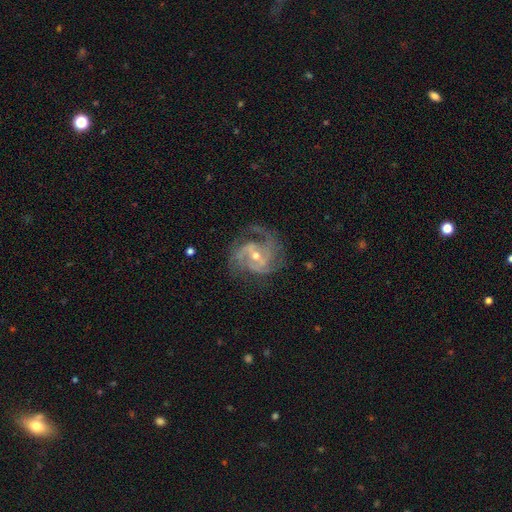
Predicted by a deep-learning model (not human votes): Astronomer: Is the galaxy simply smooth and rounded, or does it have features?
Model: featured or disk — 89%.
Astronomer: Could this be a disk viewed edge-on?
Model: no — 98%.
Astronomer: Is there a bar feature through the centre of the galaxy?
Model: weak — 42% (runner-up: no, 36%).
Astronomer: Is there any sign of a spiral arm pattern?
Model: yes — 97%.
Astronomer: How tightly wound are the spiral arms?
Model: medium — 50% (runner-up: tight, 37%).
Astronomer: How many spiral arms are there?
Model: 2 — 40% (runner-up: 3, 34%).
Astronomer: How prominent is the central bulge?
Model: moderate — 49% (runner-up: small, 48%).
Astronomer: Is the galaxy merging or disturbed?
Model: none — 66%.